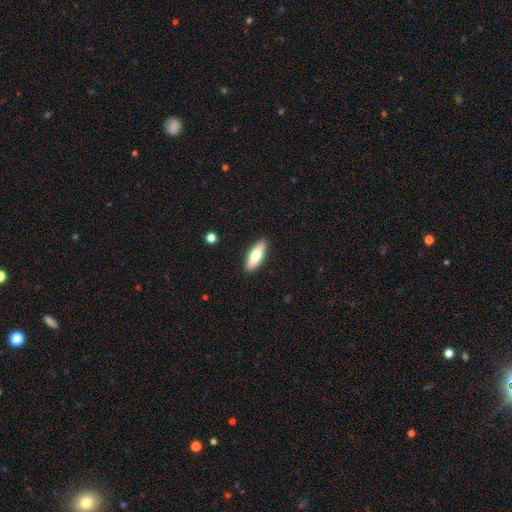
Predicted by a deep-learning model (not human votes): This appears to be a smooth galaxy with no disk features (69%) that is in between round and cigar-shaped (62%). Merging: none (90%).